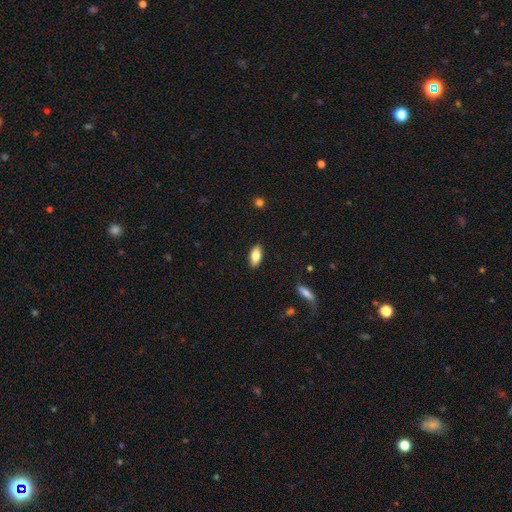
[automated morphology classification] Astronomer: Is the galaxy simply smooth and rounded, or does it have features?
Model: smooth — 81%.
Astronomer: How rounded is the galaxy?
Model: in between — 88%.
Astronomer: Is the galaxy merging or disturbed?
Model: none — 89%.